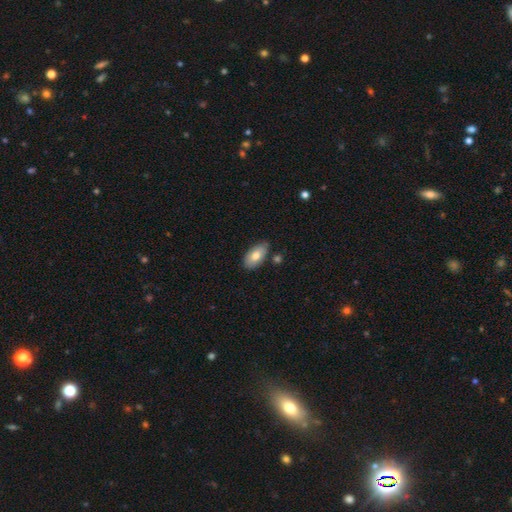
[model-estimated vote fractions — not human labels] Smooth or featured?
  - smooth: 76% *
  - featured or disk: 17%
  - star or artifact: 6%
How rounded?
  - in between: 94% *
  - round: 4%
  - cigar-shaped: 2%
Merging?
  - none: 77% *
  - minor disturbance: 15%
  - merger: 5%
  - major disturbance: 3%